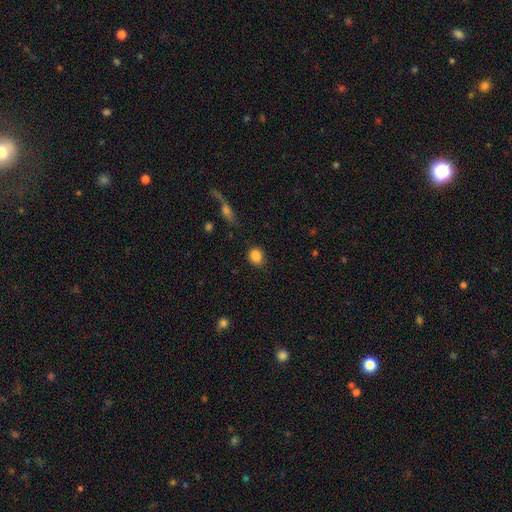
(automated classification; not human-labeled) Smooth or featured?
  - smooth: 86% *
  - star or artifact: 9%
  - featured or disk: 5%
How rounded?
  - round: 58% *
  - in between: 41%
  - cigar-shaped: 1%
Merging?
  - none: 79% *
  - minor disturbance: 15%
  - major disturbance: 4%
  - merger: 2%